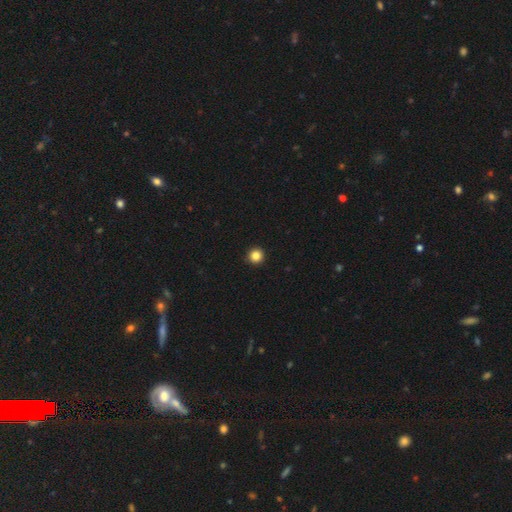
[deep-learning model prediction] Smooth or featured?
  - smooth: 85% *
  - star or artifact: 11%
  - featured or disk: 3%
How rounded?
  - round: 96% *
  - in between: 3%
  - cigar-shaped: 1%
Merging?
  - none: 93% *
  - minor disturbance: 4%
  - major disturbance: 1%
  - merger: 1%